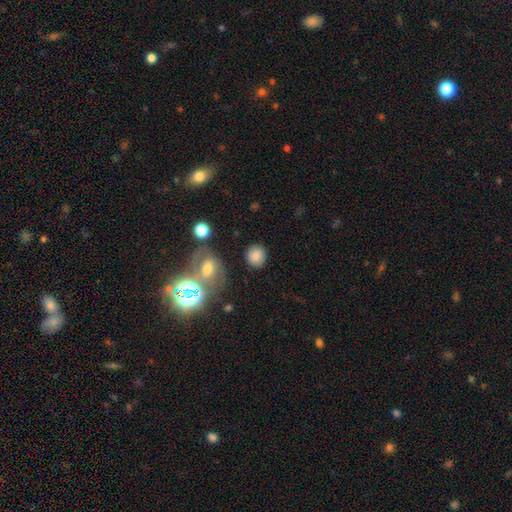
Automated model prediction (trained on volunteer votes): The model was most divided on "how rounded": round: 79%, in between: 20%, cigar-shaped: 1%. More confident: merging — none (83%); smooth or featured — smooth (82%).